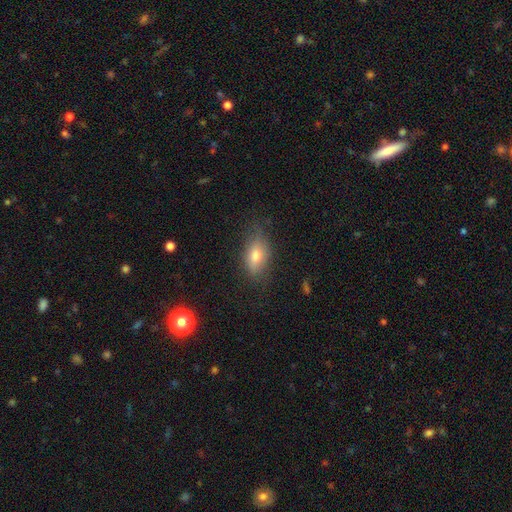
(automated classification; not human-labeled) Morphology: type=smooth (69%); roundness=in between (83%); merging=none (69%).